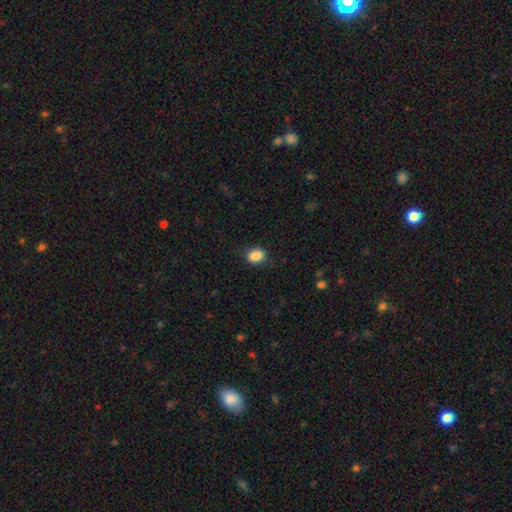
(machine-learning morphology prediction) smooth-or-featured: smooth: 87% | star or artifact: 9% | featured or disk: 4%
  how-rounded: in between: 57% | round: 42% | cigar-shaped: 1%
  merging: none: 80% | minor disturbance: 15% | major disturbance: 4% | merger: 1%